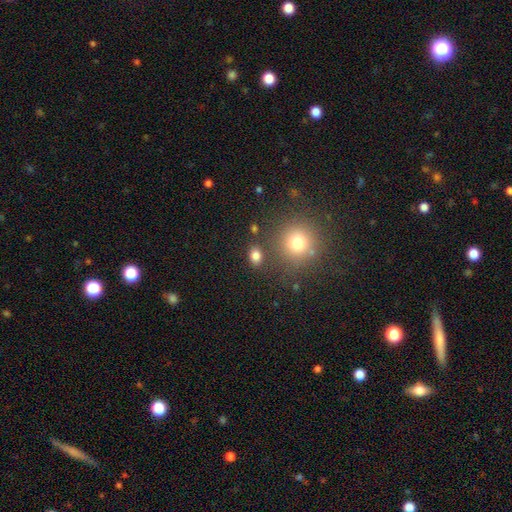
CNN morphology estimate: smooth 81%, star or artifact 13%, featured or disk 6%. Down the decision tree: how rounded — in between (63%); merging — none (81%).